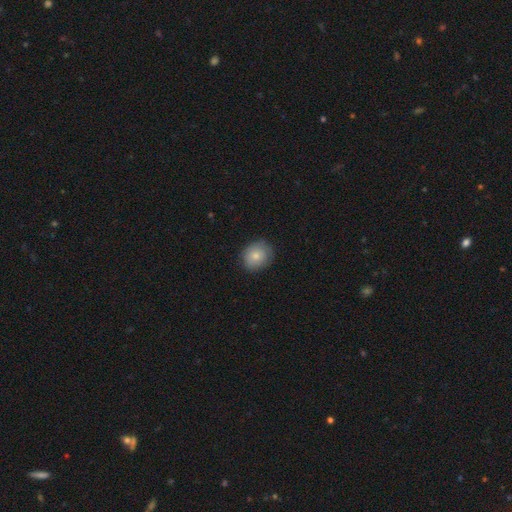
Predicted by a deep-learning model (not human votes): The model was most divided on "how rounded": round: 70%, in between: 29%, cigar-shaped: 1%. More confident: merging — none (80%); smooth or featured — smooth (80%).